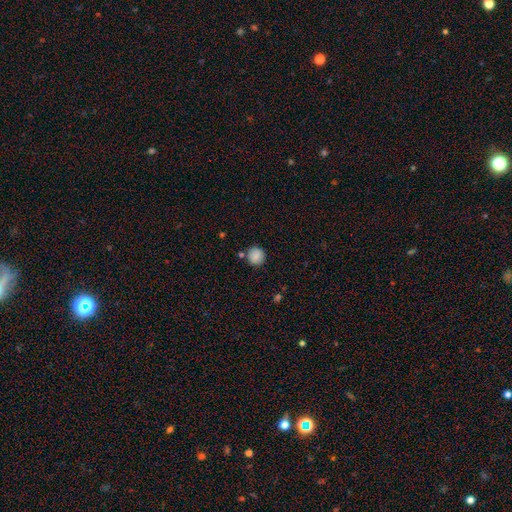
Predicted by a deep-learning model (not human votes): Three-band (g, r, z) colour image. It shows a smooth galaxy with no disk features (87%) that is round (93%). Merging: none (83%).